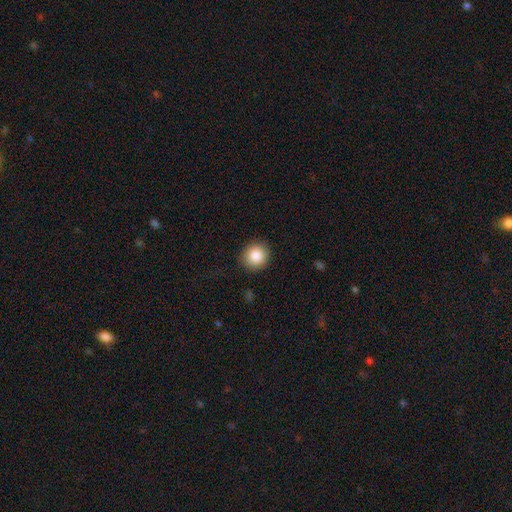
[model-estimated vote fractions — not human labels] A smooth galaxy with no disk features (87%) that is round (89%). Merging: none (90%).